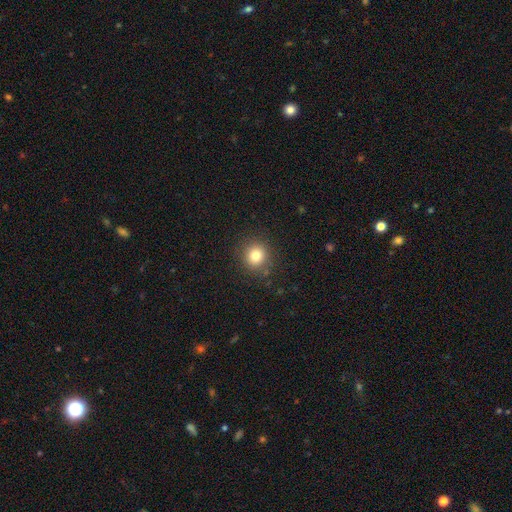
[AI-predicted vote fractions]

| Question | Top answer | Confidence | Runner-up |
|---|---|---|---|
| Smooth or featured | smooth | 80% | star or artifact (13%) |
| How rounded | round | 90% | in between (10%) |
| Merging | none | 88% | minor disturbance (7%) |